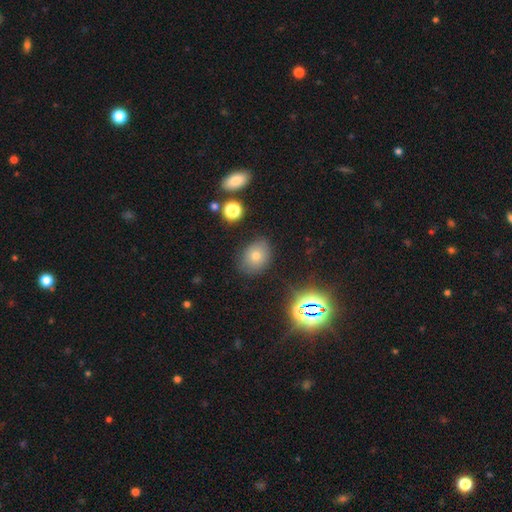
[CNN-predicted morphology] Smooth or featured?
  - smooth: 70% *
  - star or artifact: 16%
  - featured or disk: 14%
How rounded?
  - in between: 56% *
  - round: 43%
  - cigar-shaped: 1%
Merging?
  - none: 80% *
  - minor disturbance: 14%
  - major disturbance: 4%
  - merger: 2%